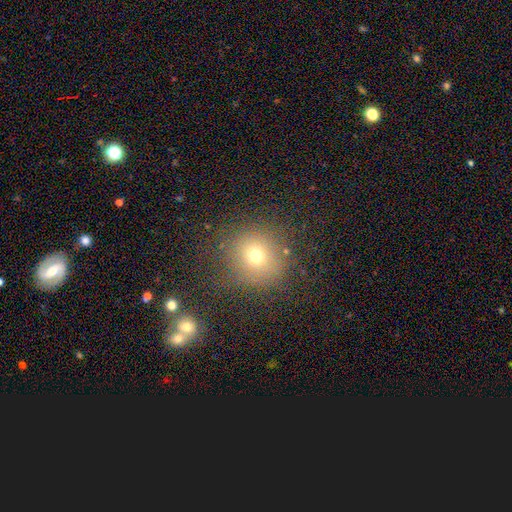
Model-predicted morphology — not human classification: Smooth or featured: smooth — 69% (star or artifact — 19%)
How rounded: round — 89% (in between — 10%)
Merging: none — 78% (minor disturbance — 12%)